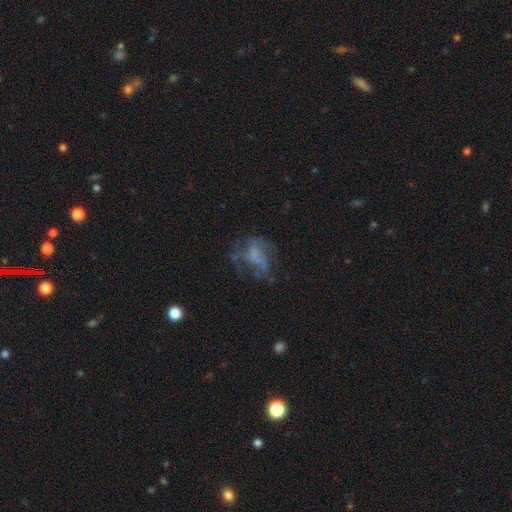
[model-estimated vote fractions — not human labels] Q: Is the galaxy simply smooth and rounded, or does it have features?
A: featured or disk — 49%.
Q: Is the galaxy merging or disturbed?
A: none — 44%.